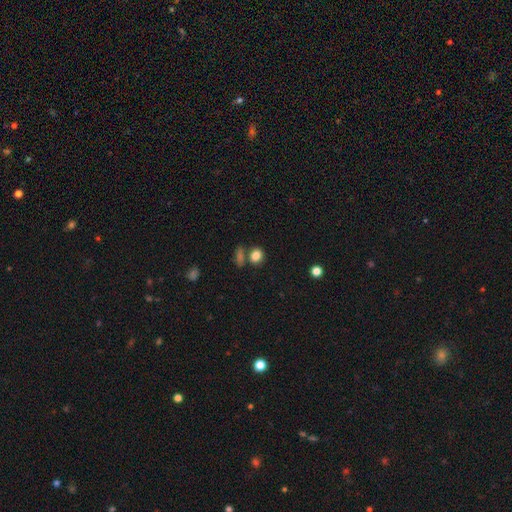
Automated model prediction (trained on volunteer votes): Q: Smooth or featured?
A: smooth (83%); runner-up: star or artifact (11%)
Q: How rounded?
A: round (51%); runner-up: in between (47%)
Q: Merging?
A: none (66%); runner-up: merger (18%)